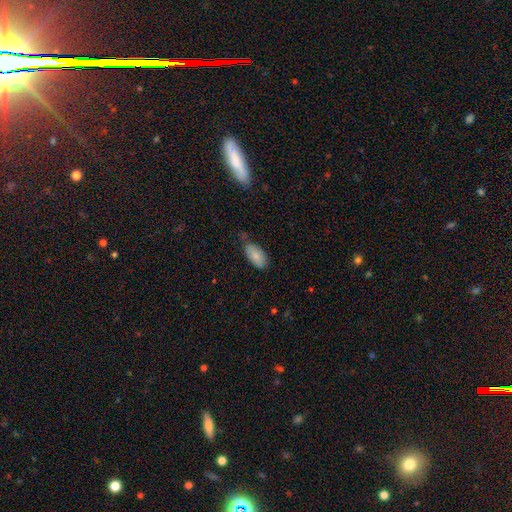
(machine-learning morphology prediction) smooth_or_featured: smooth (p=0.83) [alt: featured or disk p=0.10]
how_rounded: in between (p=0.92) [alt: cigar-shaped p=0.05]
merging: none (p=0.63) [alt: minor disturbance p=0.28]